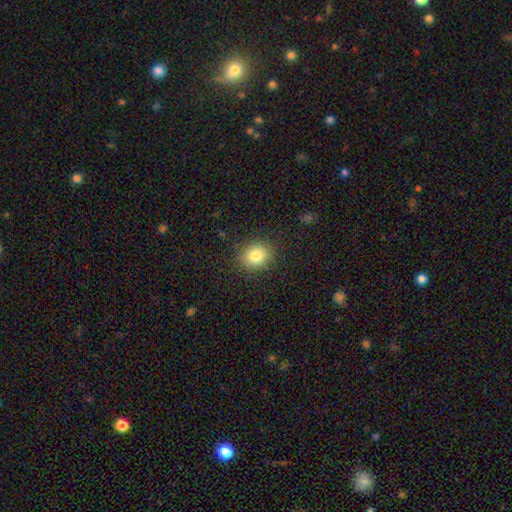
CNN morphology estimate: This appears to be a smooth galaxy with no disk features (82%) that is round (61%). Merging: none (87%).